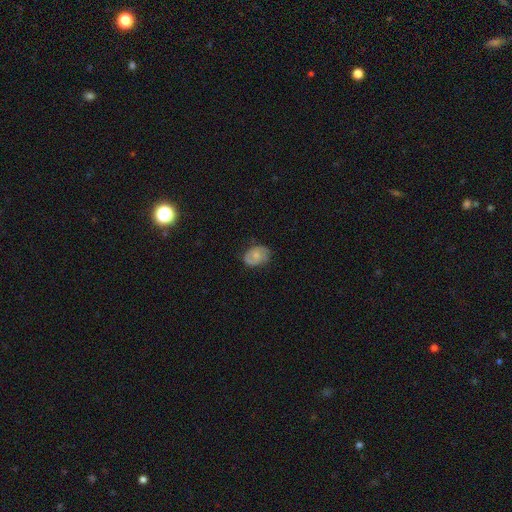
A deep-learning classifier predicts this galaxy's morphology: Smooth or featured? smooth (51%)
How rounded? in between (70%)
Merging? none (66%)